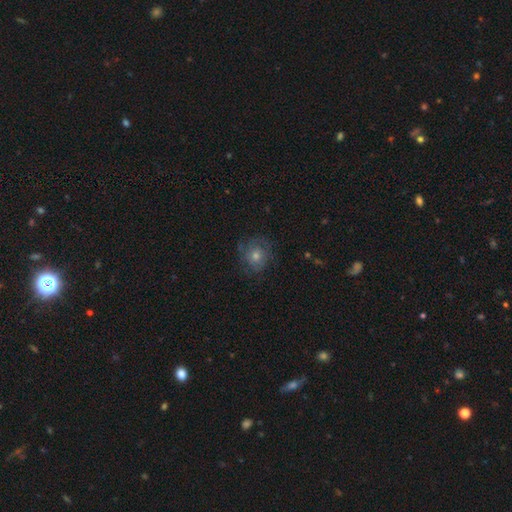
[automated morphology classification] This appears to be a featured or disk galaxy (50%). Merging: none (76%).